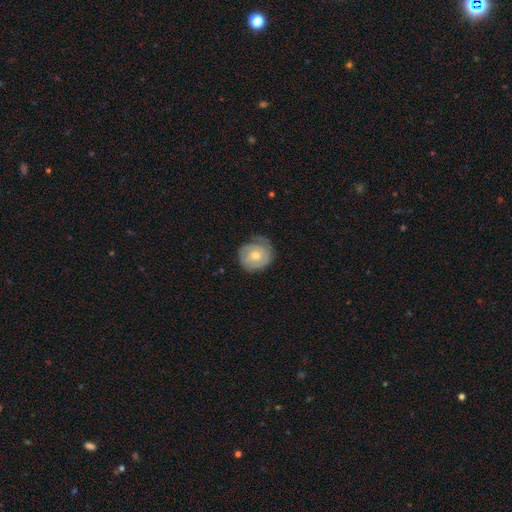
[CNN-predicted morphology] smooth_or_featured: featured or disk (p=0.52) [alt: smooth p=0.42]
disk_edge_on: no (p=0.97) [alt: yes p=0.03]
bar: no (p=0.76) [alt: weak p=0.21]
has_spiral_arms: yes (p=0.79) [alt: no p=0.21]
bulge_size: moderate (p=0.59) [alt: small p=0.35]
merging: none (p=0.64) [alt: minor disturbance p=0.26]